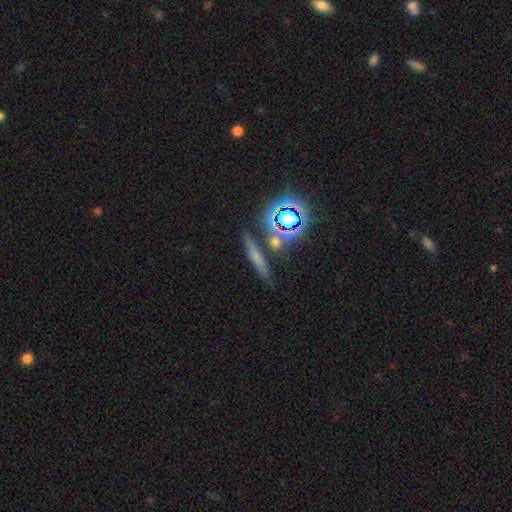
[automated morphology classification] Smooth or featured? smooth (50%)
How rounded? cigar-shaped (74%)
Merging? none (80%)